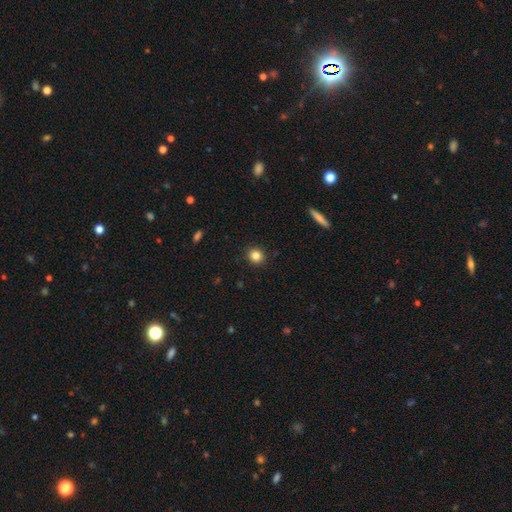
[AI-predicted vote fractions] smooth_or_featured: smooth (p=0.84) [alt: star or artifact p=0.11]
how_rounded: round (p=0.90) [alt: in between p=0.08]
merging: none (p=0.91) [alt: minor disturbance p=0.06]